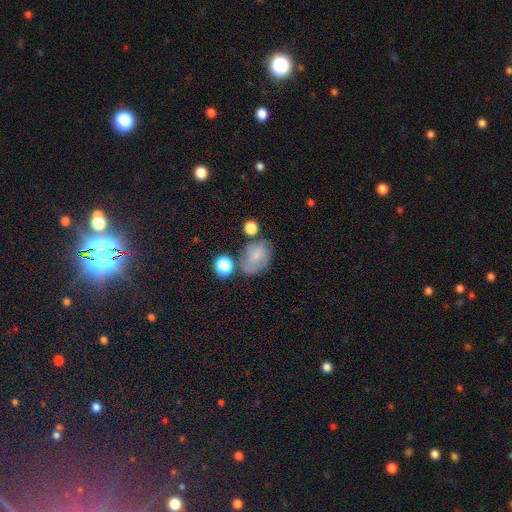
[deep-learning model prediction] Smooth or featured: smooth — 57% (featured or disk — 30%)
How rounded: in between — 64% (round — 34%)
Merging: none — 53% (minor disturbance — 24%)